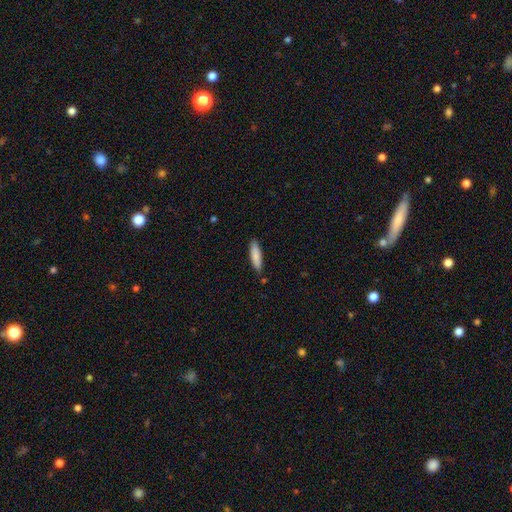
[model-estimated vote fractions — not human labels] A smooth galaxy with no disk features (85%) that is cigar-shaped (69%). Merging: none (85%).